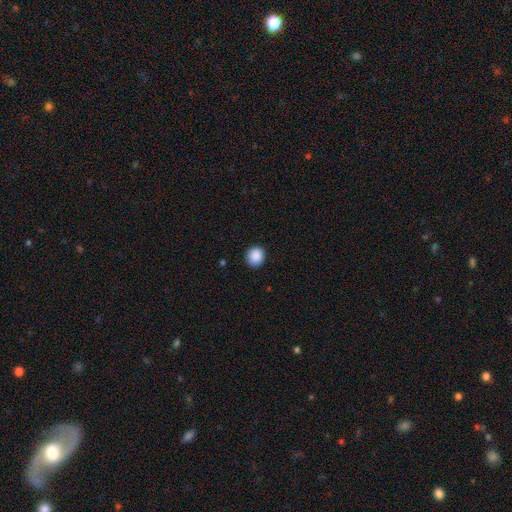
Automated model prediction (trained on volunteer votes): A smooth galaxy with no disk features (89%) that is round (82%).

Vote fractions:
- Smooth or featured? smooth: 89% / star or artifact: 8% / featured or disk: 2%
- How rounded? round: 82% / in between: 17% / cigar-shaped: 1%
- Merging? none: 90% / minor disturbance: 7% / major disturbance: 2% / merger: 1%